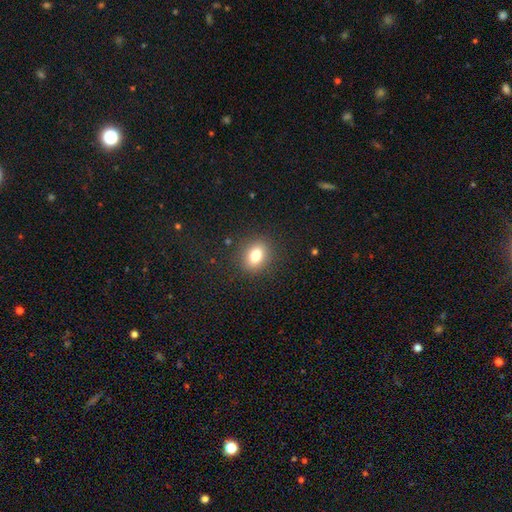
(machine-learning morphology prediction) Overall: smooth (79%). How rounded: in between (55%; round 43%). Merging: none (87%).